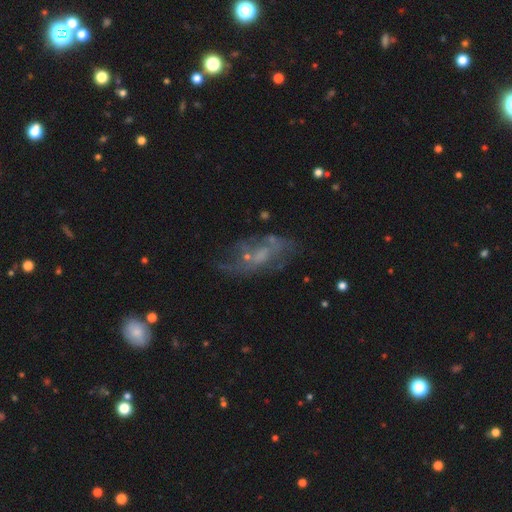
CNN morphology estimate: A featured or disk galaxy (64%) with no bar (63%), spiral arms (61%) and a small central bulge (52%). Merging: none (60%).